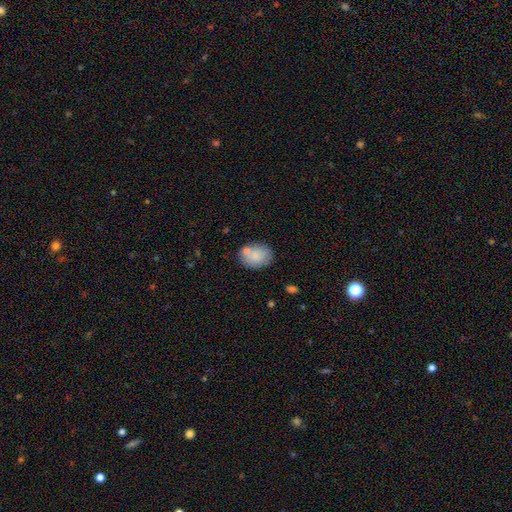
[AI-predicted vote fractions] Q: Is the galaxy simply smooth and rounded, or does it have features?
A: smooth — 80%.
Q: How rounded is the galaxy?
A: in between — 62%.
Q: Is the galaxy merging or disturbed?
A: none — 68%.